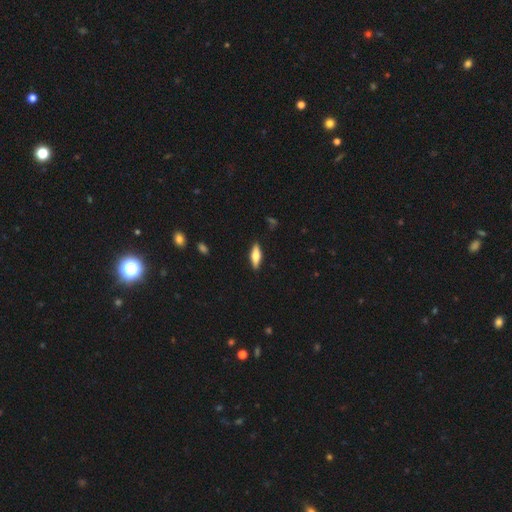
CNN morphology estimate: Smooth or featured: smooth — 59% (featured or disk — 35%)
How rounded: in between — 55% (cigar-shaped — 43%)
Merging: none — 88% (minor disturbance — 9%)